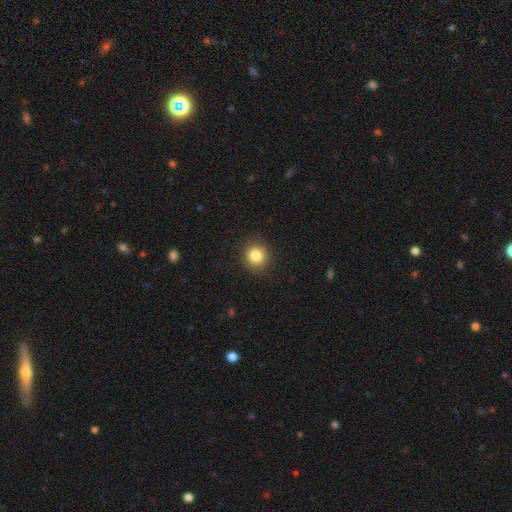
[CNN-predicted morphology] smooth 84%, star or artifact 10%, featured or disk 5%. Down the decision tree: how rounded — round (91%); merging — none (90%).